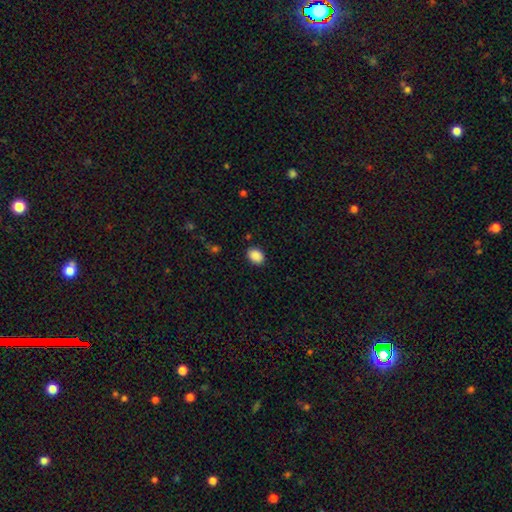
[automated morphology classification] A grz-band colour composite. It shows a smooth galaxy with no disk features (89%) that is in between round and cigar-shaped (70%). Merging: none (87%).